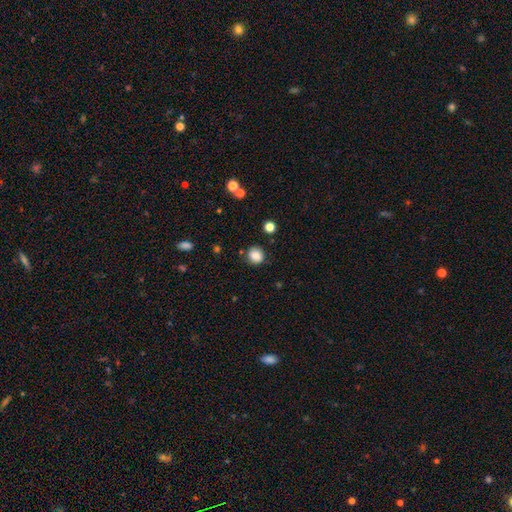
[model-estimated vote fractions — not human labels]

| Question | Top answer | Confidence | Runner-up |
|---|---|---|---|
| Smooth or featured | smooth | 85% | star or artifact (10%) |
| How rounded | round | 81% | in between (18%) |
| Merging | none | 83% | minor disturbance (11%) |